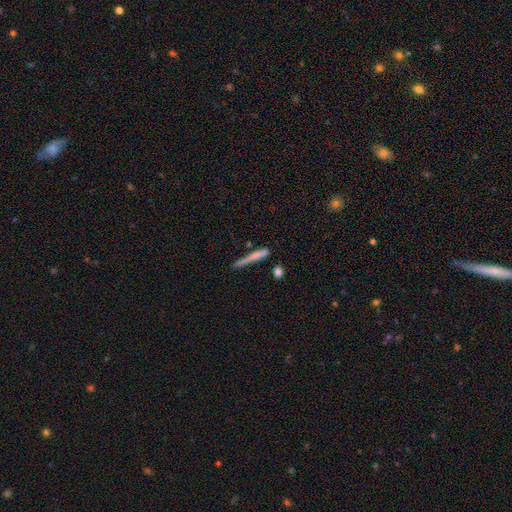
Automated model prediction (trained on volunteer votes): A smooth galaxy with no disk features (68%) that is cigar-shaped (94%).

Vote fractions:
- Smooth or featured? smooth: 68% / featured or disk: 24% / star or artifact: 8%
- How rounded? cigar-shaped: 94% / in between: 4% / round: 2%
- Merging? none: 59% / minor disturbance: 23% / major disturbance: 9% / merger: 9%